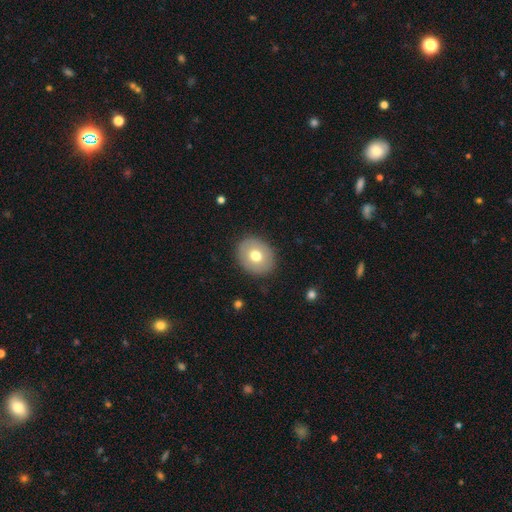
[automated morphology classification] The model was most divided on "how rounded": round: 62%, in between: 37%, cigar-shaped: 1%. More confident: merging — none (88%); smooth or featured — smooth (68%).